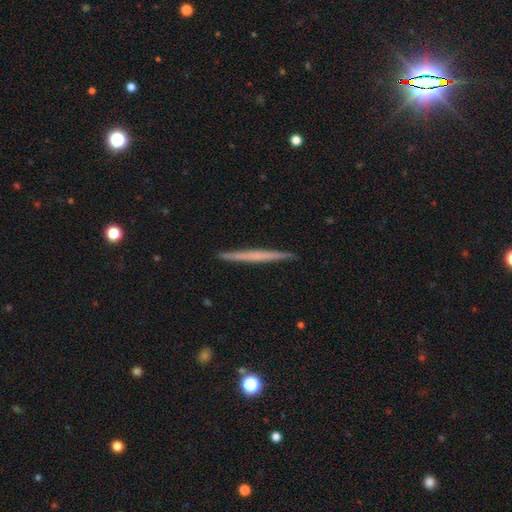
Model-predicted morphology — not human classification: A featured or disk galaxy (54%) viewed edge-on (98%) with no central bulge (84%).

Vote fractions:
- Smooth or featured? featured or disk: 54% / smooth: 41% / star or artifact: 6%
- Edge-on disk? yes: 98% / no: 2%
- Edge-on bulge? none: 84% / rounded: 11% / boxy: 5%
- Merging? none: 93% / minor disturbance: 5% / major disturbance: 1% / merger: 1%